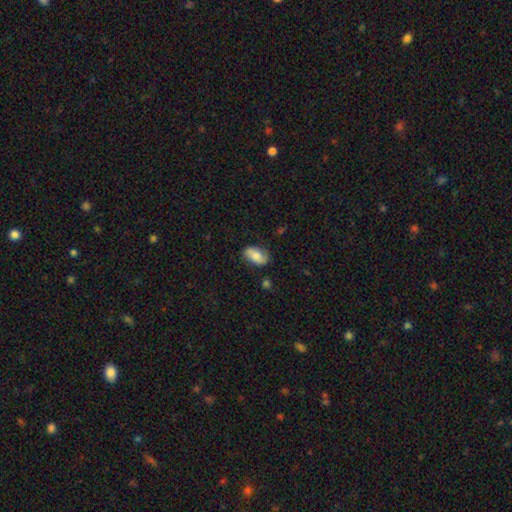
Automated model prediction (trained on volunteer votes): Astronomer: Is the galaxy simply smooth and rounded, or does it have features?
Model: smooth — 71%.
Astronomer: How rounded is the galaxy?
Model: in between — 92%.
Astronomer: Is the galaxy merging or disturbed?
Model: none — 73%.